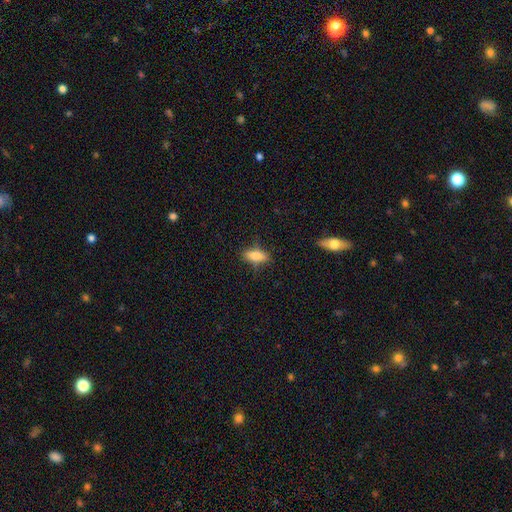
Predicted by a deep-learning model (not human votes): Smooth or featured? Predicted: smooth (p=0.73). How rounded? Predicted: in between (p=0.65). Merging? Predicted: none (p=0.76).